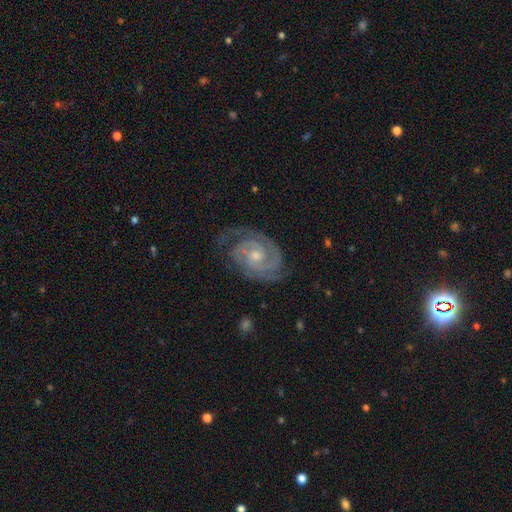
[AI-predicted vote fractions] A featured or disk galaxy (92%) with no bar (65%), 2 (71%) tight (75%) spiral arms (98%) and a moderate central bulge (49%). Merging: none (74%).